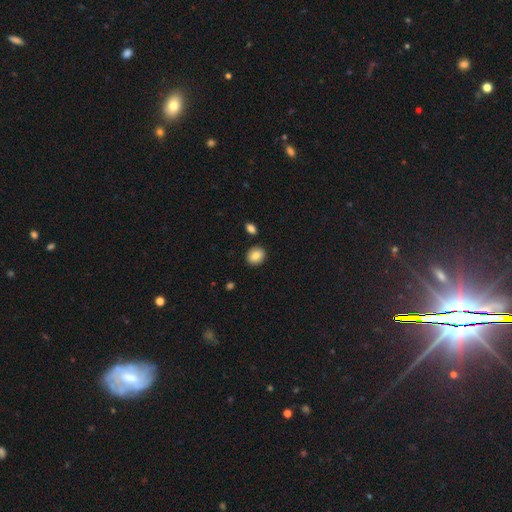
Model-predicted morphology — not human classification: A smooth galaxy with no disk features (85%) that is round (64%). Merging: none (88%).